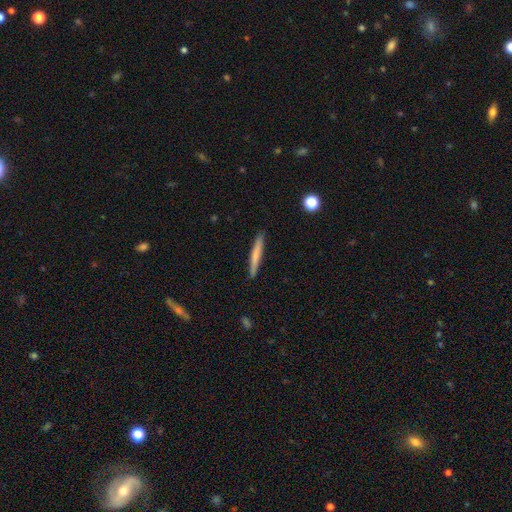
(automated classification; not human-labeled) smooth-or-featured: smooth: 68% | featured or disk: 26% | star or artifact: 5%
  how-rounded: cigar-shaped: 96% | in between: 3% | round: 1%
  merging: none: 90% | minor disturbance: 7% | major disturbance: 1% | merger: 1%